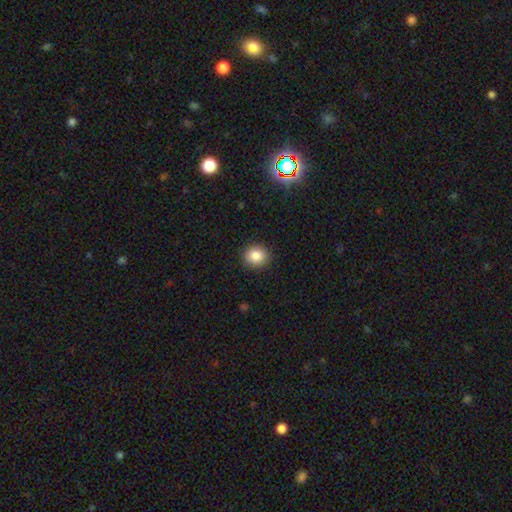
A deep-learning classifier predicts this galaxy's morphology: Overall: smooth (85%). How rounded: round (86%). Merging: none (91%).